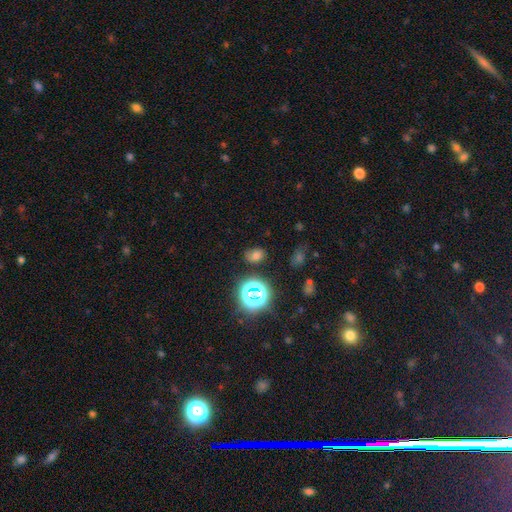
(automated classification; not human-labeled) A smooth galaxy with no disk features (66%) that is in between round and cigar-shaped (69%).

Vote fractions:
- Smooth or featured? smooth: 66% / star or artifact: 26% / featured or disk: 8%
- How rounded? in between: 69% / round: 30% / cigar-shaped: 1%
- Merging? none: 75% / minor disturbance: 16% / major disturbance: 5% / merger: 4%